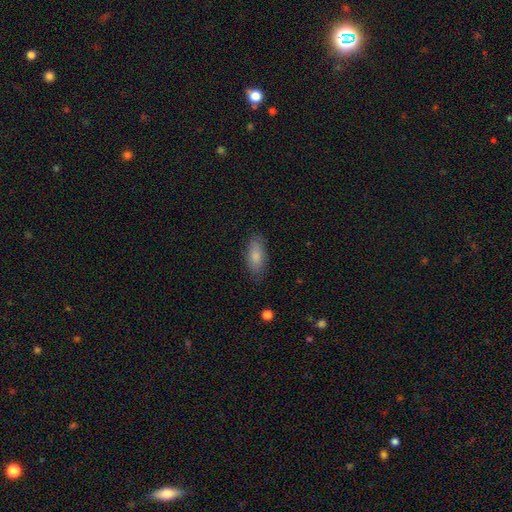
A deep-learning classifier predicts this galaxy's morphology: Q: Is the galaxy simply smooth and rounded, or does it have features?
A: smooth — 81%.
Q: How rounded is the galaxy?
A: in between — 83%.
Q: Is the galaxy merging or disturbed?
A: none — 82%.